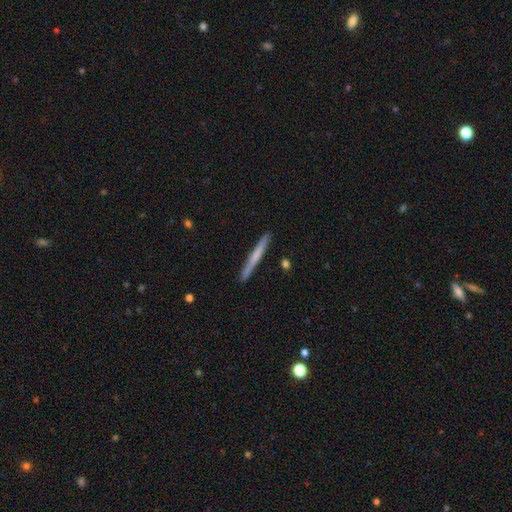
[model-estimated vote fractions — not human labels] This is possibly a smooth galaxy (52%). How rounded: clearly cigar-shaped (97%). Merging: clearly none (91%).